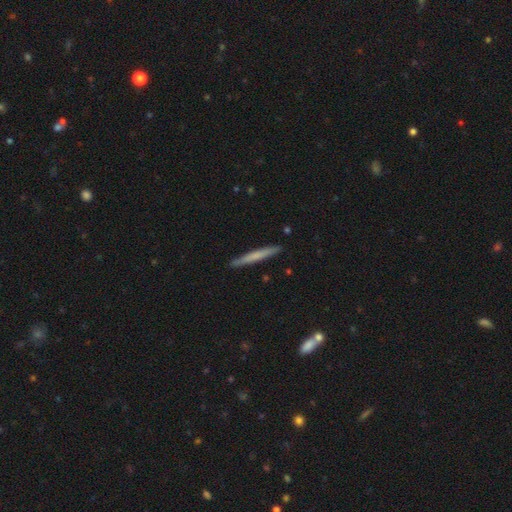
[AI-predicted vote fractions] The model was most divided on "smooth or featured": smooth: 62%, featured or disk: 33%, star or artifact: 5%. More confident: how rounded — cigar-shaped (97%); merging — none (91%).